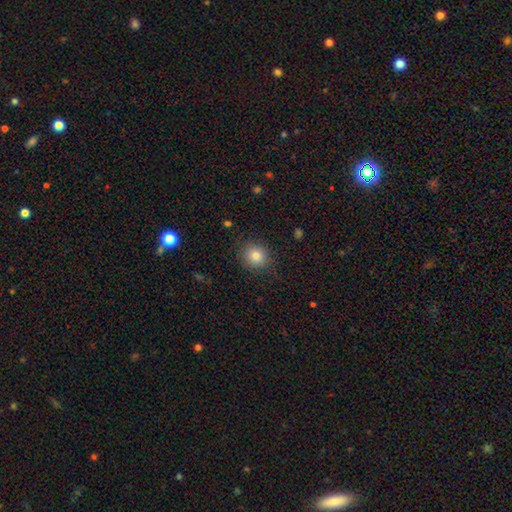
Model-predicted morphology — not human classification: Smooth or featured?
  - smooth: 82% *
  - star or artifact: 11%
  - featured or disk: 7%
How rounded?
  - round: 84% *
  - in between: 16%
  - cigar-shaped: 1%
Merging?
  - none: 86% *
  - minor disturbance: 10%
  - major disturbance: 3%
  - merger: 1%